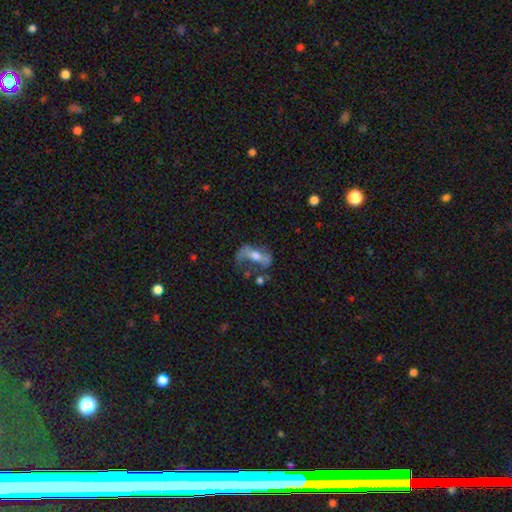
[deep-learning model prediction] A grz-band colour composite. It shows a featured or disk galaxy (60%) with no bar (44%), spiral arms (59%) and a moderate central bulge (63%). Merging: major disturbance (38%).